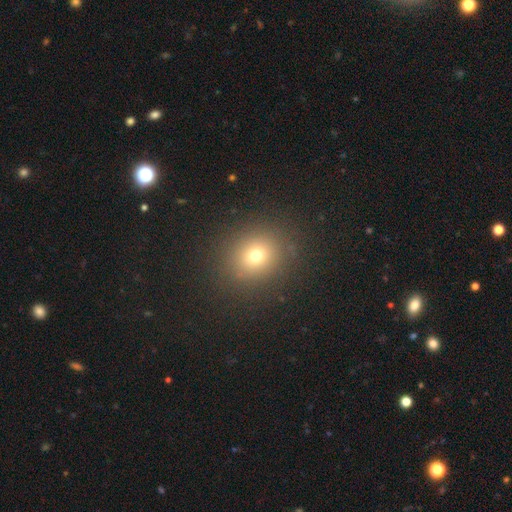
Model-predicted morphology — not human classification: This is likely a smooth galaxy (72%). How rounded: likely round (76%). Merging: clearly none (87%).